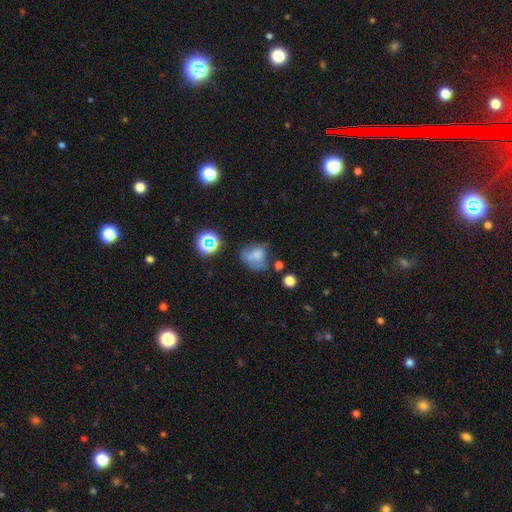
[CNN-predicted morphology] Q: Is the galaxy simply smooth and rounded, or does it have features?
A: smooth — 59%.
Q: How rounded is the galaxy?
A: in between — 50%.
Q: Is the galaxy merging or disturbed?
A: none — 35%.